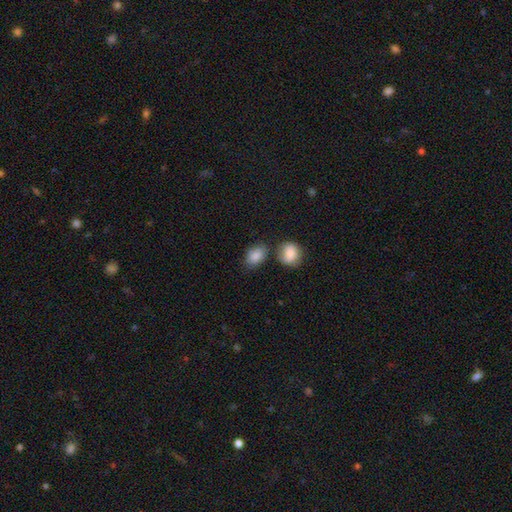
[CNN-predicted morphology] The model was most divided on "merging": none: 66%, minor disturbance: 16%, merger: 14%, major disturbance: 4%. More confident: smooth or featured — smooth (86%); how rounded — in between (79%).